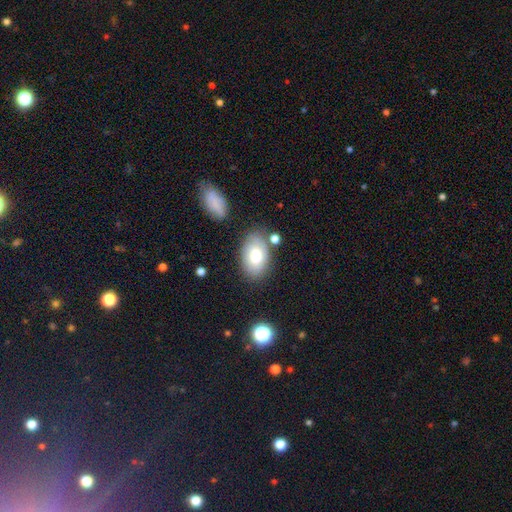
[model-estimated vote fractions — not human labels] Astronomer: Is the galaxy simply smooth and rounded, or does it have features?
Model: smooth — 75%.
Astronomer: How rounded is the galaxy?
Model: in between — 90%.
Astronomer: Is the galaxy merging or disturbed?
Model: none — 73%.